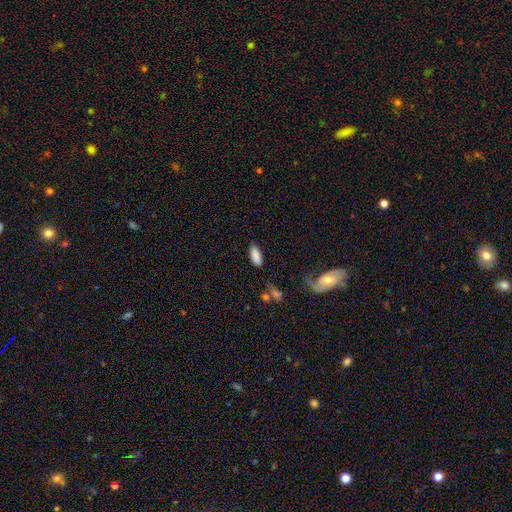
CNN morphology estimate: smooth-or-featured: smooth: 87% | star or artifact: 7% | featured or disk: 6%
  how-rounded: in between: 87% | cigar-shaped: 11% | round: 2%
  merging: none: 81% | minor disturbance: 12% | major disturbance: 4% | merger: 3%